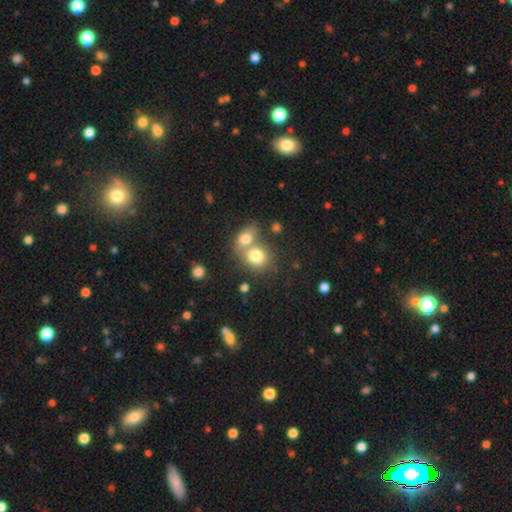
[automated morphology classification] A smooth galaxy with no disk features (77%) that is round (62%). Merging: merger (58%).